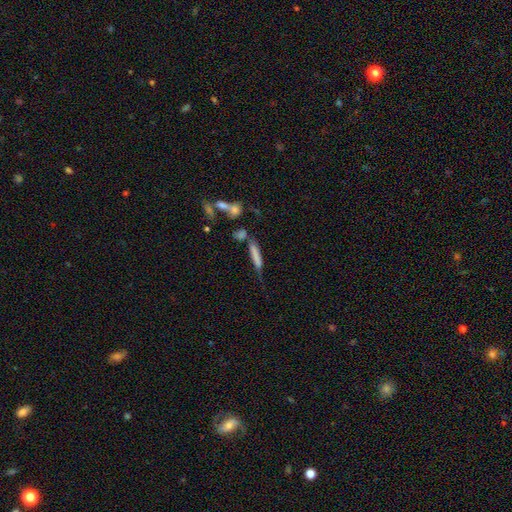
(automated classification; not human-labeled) Smooth or featured?
  - smooth: 72% *
  - featured or disk: 20%
  - star or artifact: 8%
How rounded?
  - cigar-shaped: 88% *
  - in between: 10%
  - round: 2%
Merging?
  - none: 57% *
  - minor disturbance: 21%
  - merger: 13%
  - major disturbance: 9%